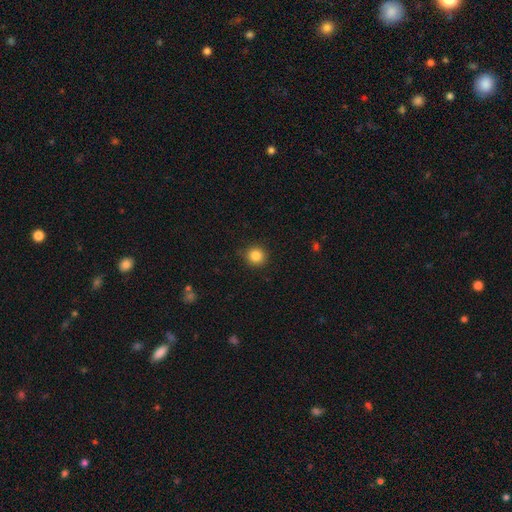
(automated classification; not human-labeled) Smooth or featured? smooth (84%)
How rounded? round (93%)
Merging? none (88%)